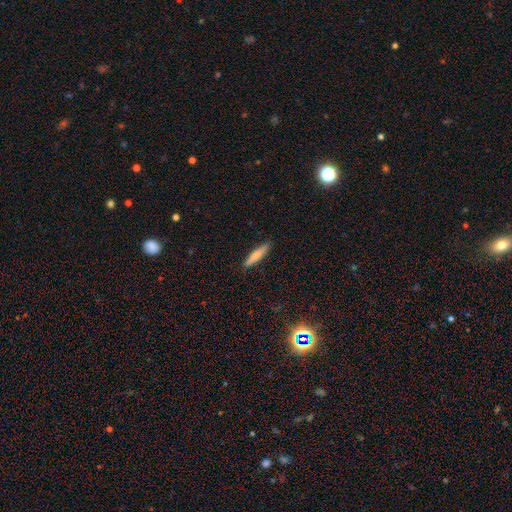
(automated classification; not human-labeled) A smooth galaxy with no disk features (70%) that is cigar-shaped (88%).

Vote fractions:
- Smooth or featured? smooth: 70% / featured or disk: 24% / star or artifact: 6%
- How rounded? cigar-shaped: 88% / in between: 10% / round: 1%
- Merging? none: 89% / minor disturbance: 8% / major disturbance: 2% / merger: 1%